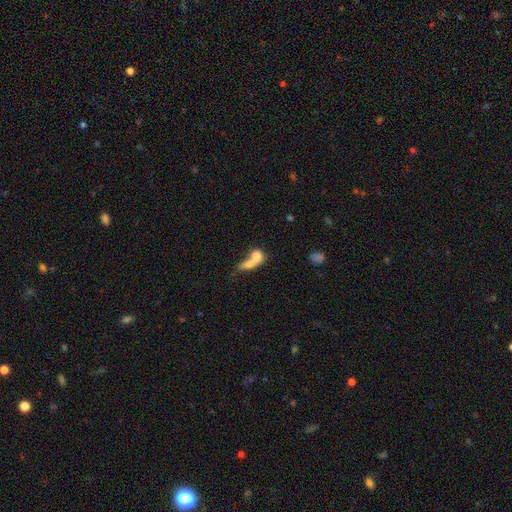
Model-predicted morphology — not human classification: A smooth galaxy with no disk features (70%) that is in between round and cigar-shaped (48%).

Vote fractions:
- Smooth or featured? smooth: 70% / featured or disk: 22% / star or artifact: 9%
- How rounded? in between: 48% / round: 44% / cigar-shaped: 8%
- Merging? merger: 72% / none: 15% / major disturbance: 7% / minor disturbance: 6%